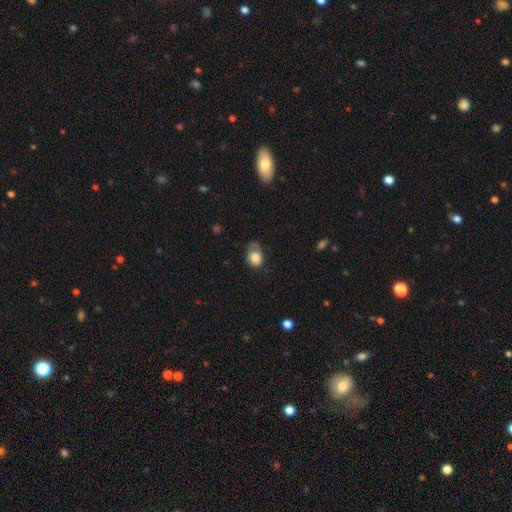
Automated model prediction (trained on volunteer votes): The model was most divided on "merging": none: 42%, minor disturbance: 37%, major disturbance: 18%, merger: 2%. More confident: smooth or featured — smooth (81%); how rounded — in between (54%).